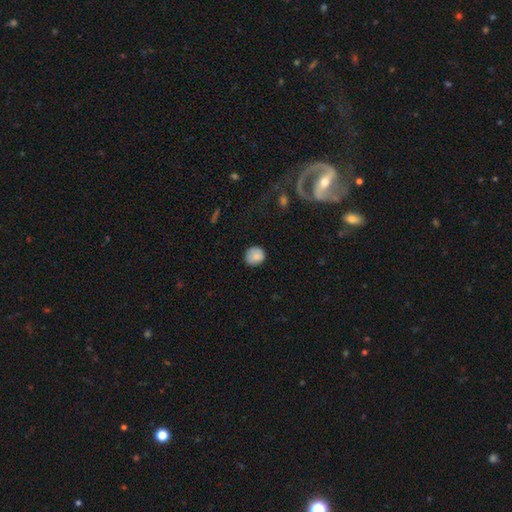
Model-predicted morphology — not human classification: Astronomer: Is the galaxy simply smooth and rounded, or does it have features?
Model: smooth — 84%.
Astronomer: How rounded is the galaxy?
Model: round — 76%.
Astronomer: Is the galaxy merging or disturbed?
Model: none — 78%.